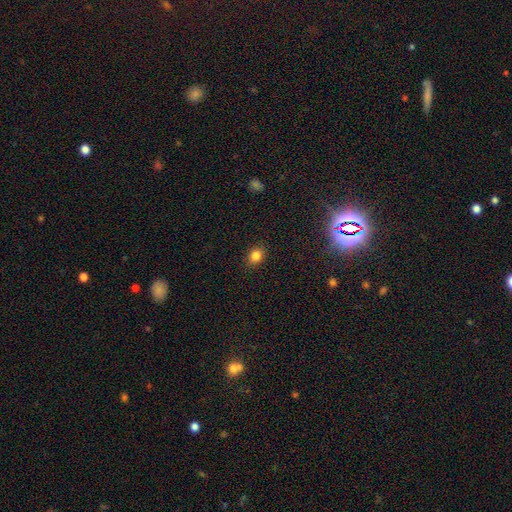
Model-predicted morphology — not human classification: This is clearly a smooth galaxy (83%). How rounded: possibly in between (50%). Merging: clearly none (87%).